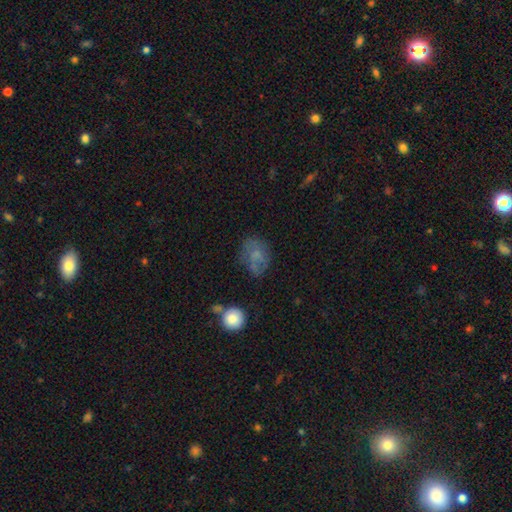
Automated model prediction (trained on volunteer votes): This appears to be a smooth galaxy with no disk features (56%) that is in between round and cigar-shaped (63%). Merging: none (49%).